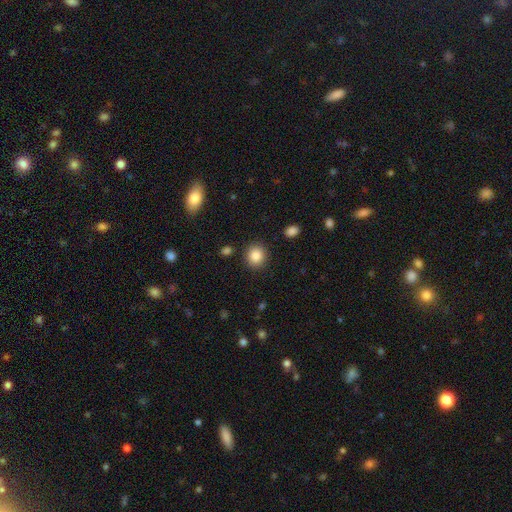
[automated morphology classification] Smooth or featured? smooth (87%)
How rounded? round (83%)
Merging? none (89%)